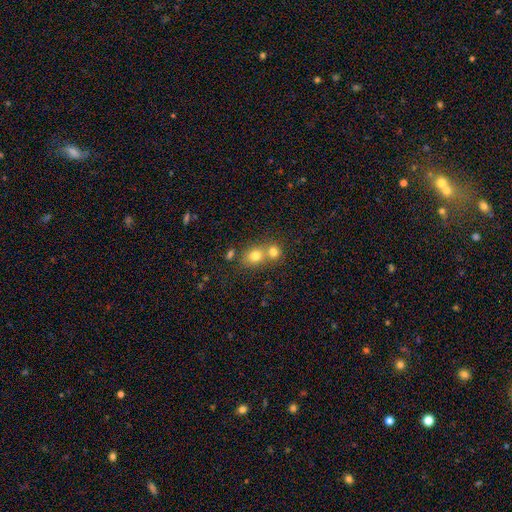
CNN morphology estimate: The model was most divided on "merging": merger: 51%, none: 41%, minor disturbance: 6%, major disturbance: 2%. More confident: smooth or featured — smooth (75%); how rounded — round (72%).